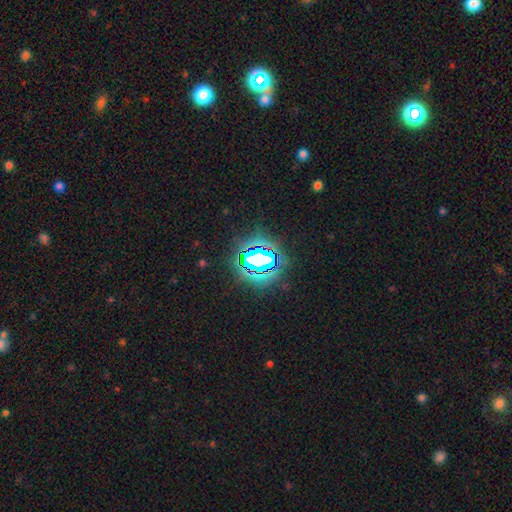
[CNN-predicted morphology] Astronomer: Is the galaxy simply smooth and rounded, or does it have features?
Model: star or artifact — 69%.